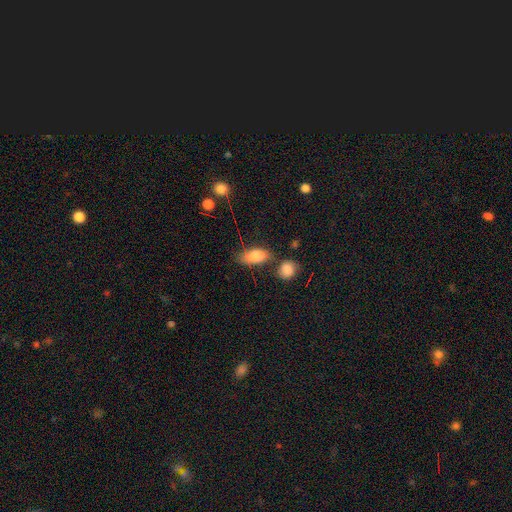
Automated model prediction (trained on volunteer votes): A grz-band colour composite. It shows a smooth galaxy with no disk features (79%) that is in between round and cigar-shaped (87%). Merging: none (62%).